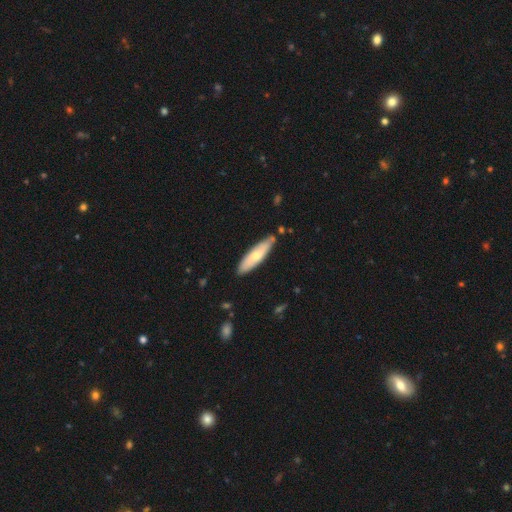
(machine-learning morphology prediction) A smooth galaxy with no disk features (60%) that is cigar-shaped (65%). Merging: none (81%).